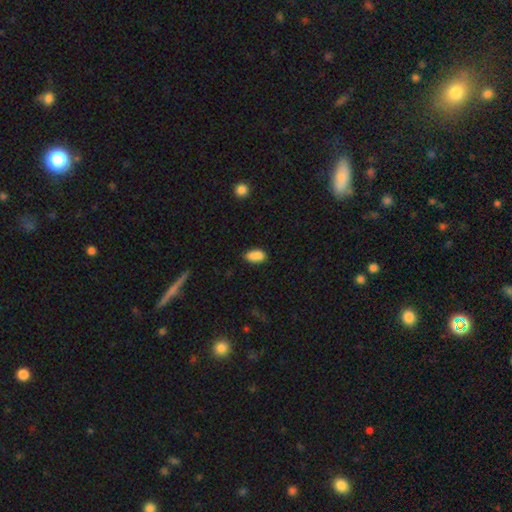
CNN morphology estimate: Smooth or featured? Predicted: smooth (p=0.87). How rounded? Predicted: in between (p=0.91). Merging? Predicted: none (p=0.76).